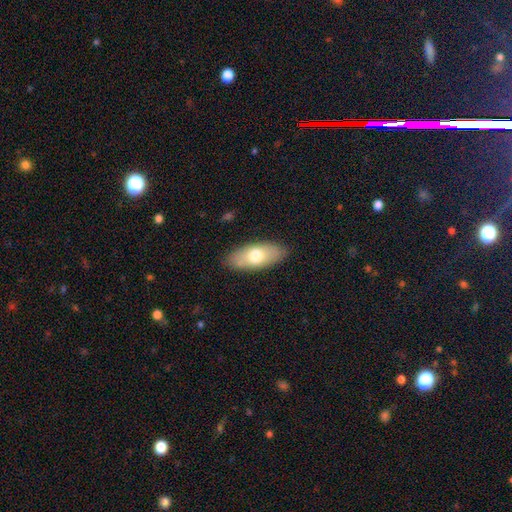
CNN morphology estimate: smooth 69%, featured or disk 25%, star or artifact 6%. Down the decision tree: how rounded — in between (84%); merging — none (86%).